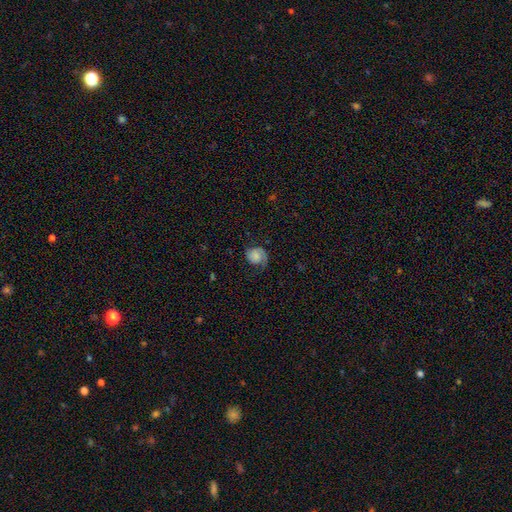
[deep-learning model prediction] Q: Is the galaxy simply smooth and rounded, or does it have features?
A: featured or disk — 50%.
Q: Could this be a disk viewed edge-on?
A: no — 98%.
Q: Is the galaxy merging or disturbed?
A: none — 55%.